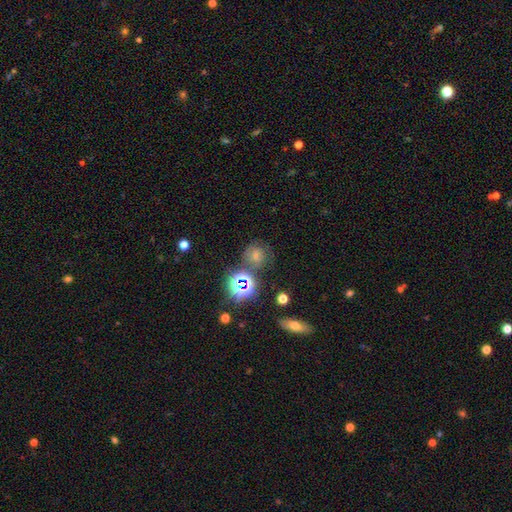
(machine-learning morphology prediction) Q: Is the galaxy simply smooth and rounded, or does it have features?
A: smooth — 52%.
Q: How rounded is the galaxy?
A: round — 80%.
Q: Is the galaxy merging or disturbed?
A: none — 67%.